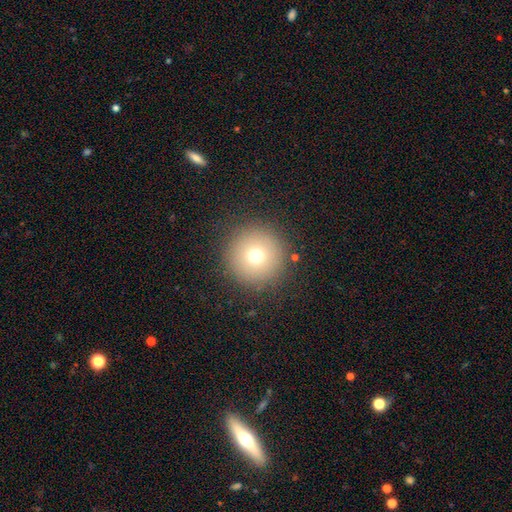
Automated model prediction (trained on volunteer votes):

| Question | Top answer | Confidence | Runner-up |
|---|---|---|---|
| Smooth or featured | smooth | 71% | star or artifact (17%) |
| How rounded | round | 97% | in between (2%) |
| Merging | none | 89% | minor disturbance (6%) |